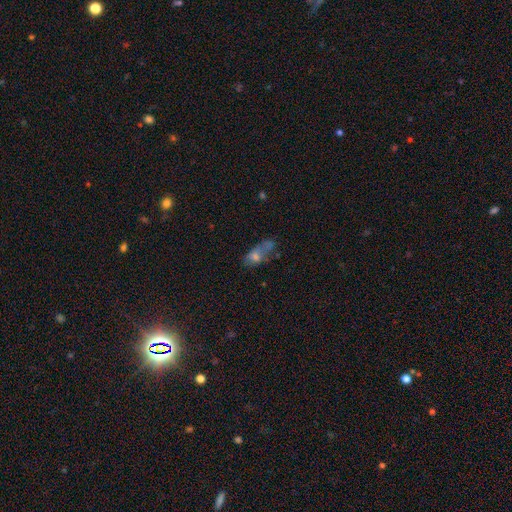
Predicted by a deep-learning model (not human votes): smooth-or-featured: smooth: 48% | featured or disk: 31% | star or artifact: 21%
  merging: none: 38% | minor disturbance: 22% | major disturbance: 21% | merger: 19%